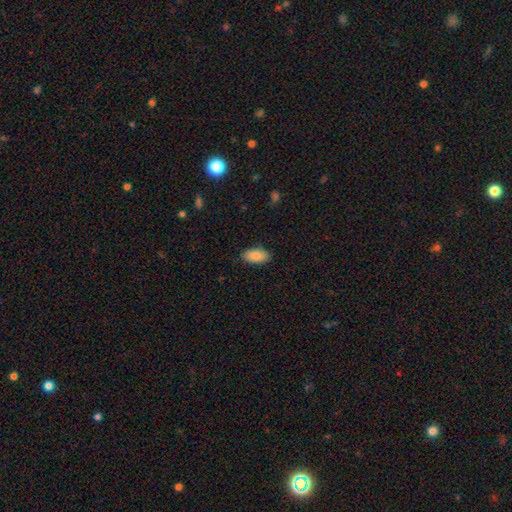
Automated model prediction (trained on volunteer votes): Q: Smooth or featured?
A: smooth (86%); runner-up: featured or disk (7%)
Q: How rounded?
A: in between (94%); runner-up: cigar-shaped (4%)
Q: Merging?
A: none (87%); runner-up: minor disturbance (10%)